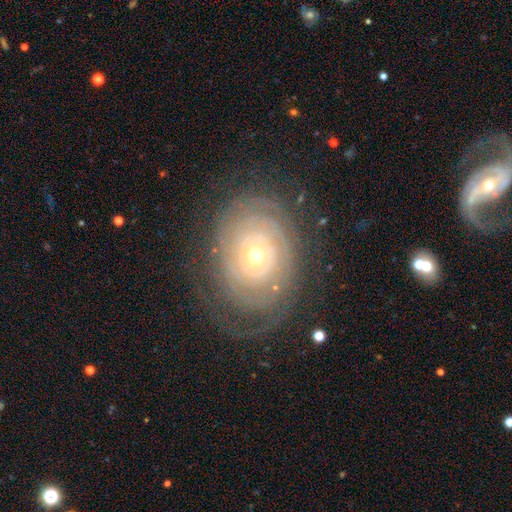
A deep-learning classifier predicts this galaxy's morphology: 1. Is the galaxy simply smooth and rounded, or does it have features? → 80% featured or disk, 13% smooth, 7% star or artifact.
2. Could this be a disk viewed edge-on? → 96% no, 4% yes.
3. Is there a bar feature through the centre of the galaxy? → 83% no, 12% weak, 5% strong.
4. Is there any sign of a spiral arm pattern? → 86% yes, 14% no.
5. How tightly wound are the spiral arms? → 85% tight, 11% medium, 4% loose.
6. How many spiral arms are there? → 49% can't tell, 15% 2, 11% 3, 10% more than 4, 10% 4, 6% 1.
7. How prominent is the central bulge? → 58% small, 38% moderate, 2% large, 1% dominant, 1% none.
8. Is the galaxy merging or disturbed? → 75% none, 15% minor disturbance, 8% major disturbance, 1% merger.